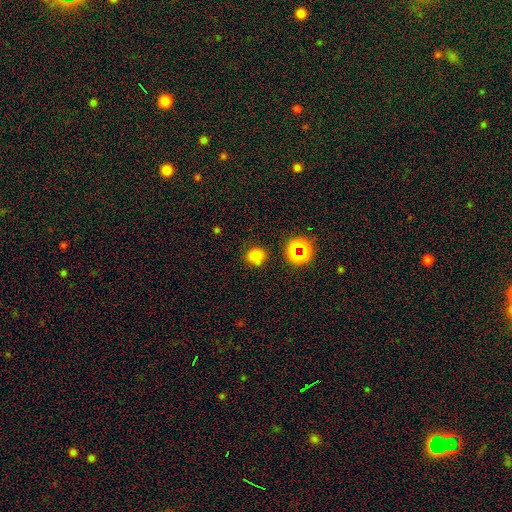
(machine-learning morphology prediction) Smooth or featured: smooth — 75% (star or artifact — 19%)
How rounded: round — 75% (in between — 24%)
Merging: none — 77% (minor disturbance — 15%)